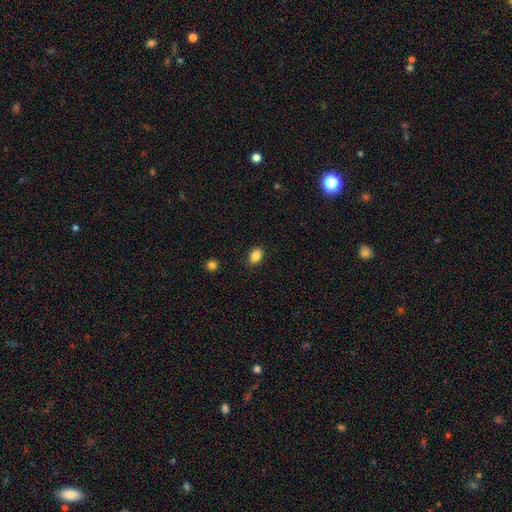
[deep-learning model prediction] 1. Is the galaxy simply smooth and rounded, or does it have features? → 86% smooth, 9% star or artifact, 5% featured or disk.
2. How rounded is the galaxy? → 79% in between, 20% round, 1% cigar-shaped.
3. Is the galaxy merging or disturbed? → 86% none, 10% minor disturbance, 2% major disturbance, 1% merger.